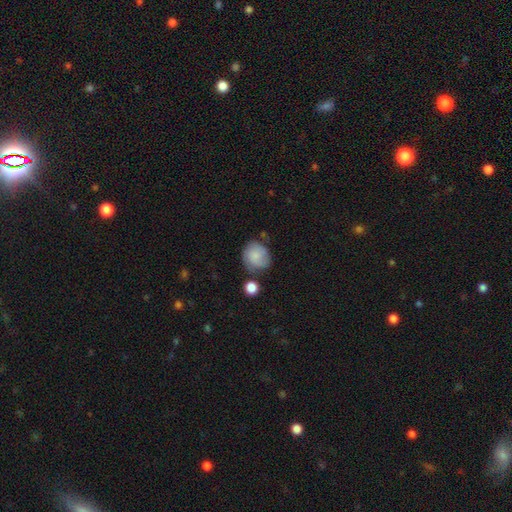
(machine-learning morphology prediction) A smooth galaxy with no disk features (73%) that is round (78%).

Vote fractions:
- Smooth or featured? smooth: 73% / featured or disk: 19% / star or artifact: 8%
- How rounded? round: 78% / in between: 21% / cigar-shaped: 1%
- Merging? none: 61% / minor disturbance: 24% / major disturbance: 7% / merger: 7%